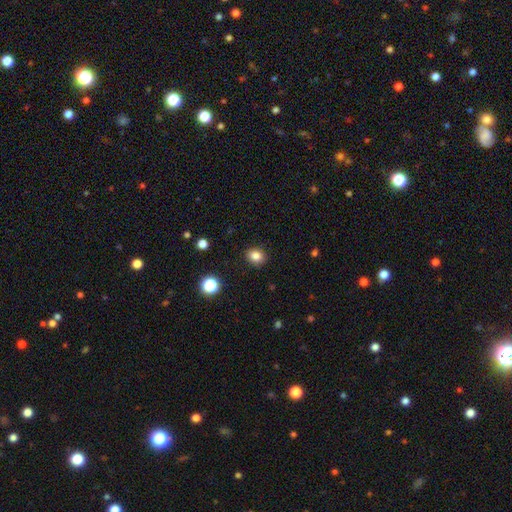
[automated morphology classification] This is clearly a smooth galaxy (83%). How rounded: likely round (69%). Merging: clearly none (90%).